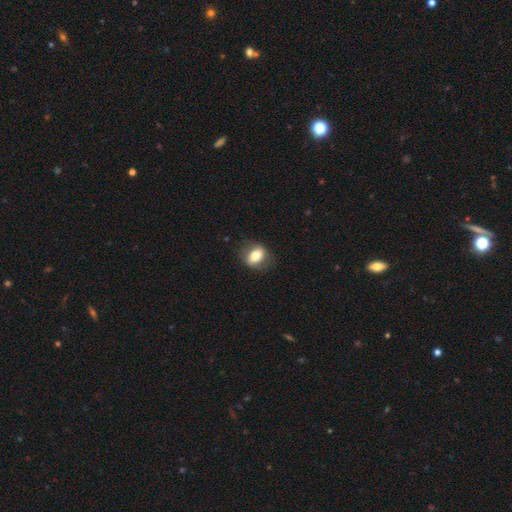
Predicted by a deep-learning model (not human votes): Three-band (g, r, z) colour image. It shows a smooth galaxy with no disk features (72%) that is in between round and cigar-shaped (62%). Merging: none (82%).